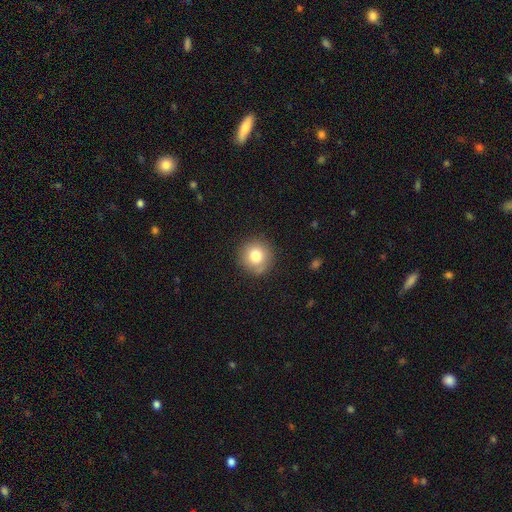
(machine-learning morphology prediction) Smooth or featured: smooth — 80% (star or artifact — 10%)
How rounded: round — 93% (in between — 6%)
Merging: none — 85% (minor disturbance — 11%)